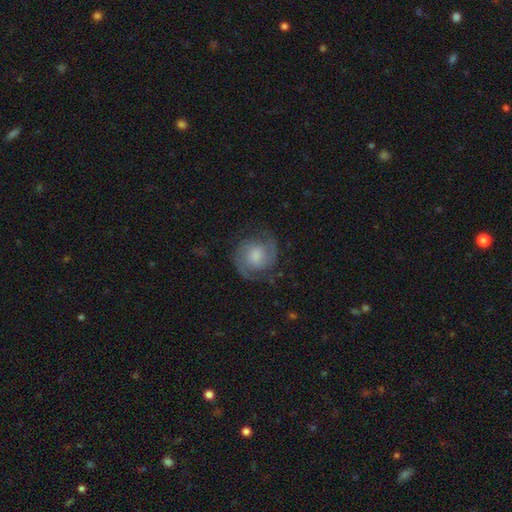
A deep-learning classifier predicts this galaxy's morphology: featured or disk 81%, smooth 13%, star or artifact 6%. Down the decision tree: edge-on disk — no (98%); bar — no (65%); spiral arms — yes (97%); spiral arm count — 2 (91%); spiral winding — medium (50%); bulge size — moderate (39%); merging — none (76%).